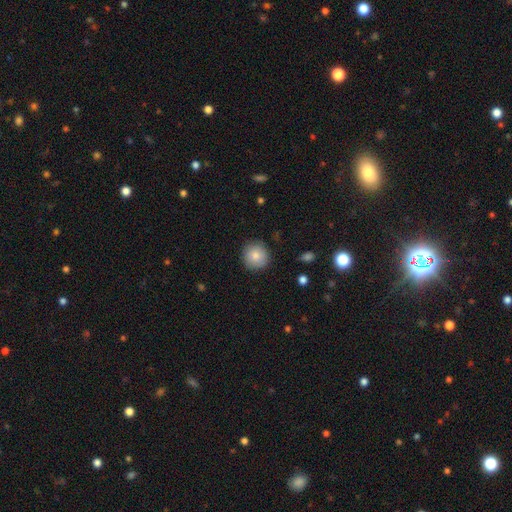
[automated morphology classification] A smooth galaxy with no disk features (84%) that is round (93%). Merging: none (87%).